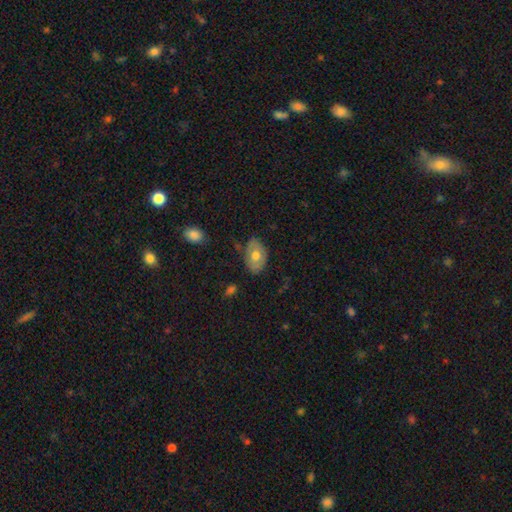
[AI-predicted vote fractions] Smooth or featured? Predicted: smooth (p=0.62). How rounded? Predicted: in between (p=0.86). Merging? Predicted: none (p=0.74).